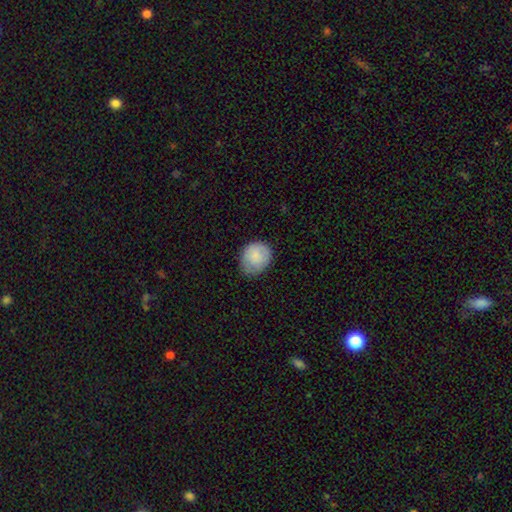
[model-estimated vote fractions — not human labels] smooth_or_featured: smooth (p=0.83) [alt: featured or disk p=0.11]
how_rounded: round (p=0.66) [alt: in between p=0.33]
merging: none (p=0.68) [alt: minor disturbance p=0.26]